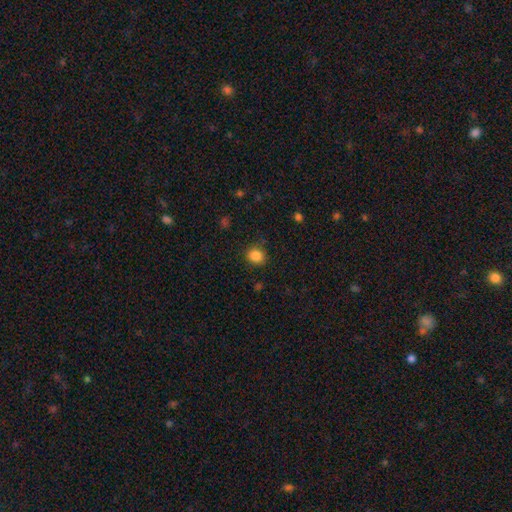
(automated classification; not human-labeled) This is clearly a smooth galaxy (85%). How rounded: clearly round (81%). Merging: clearly none (86%).